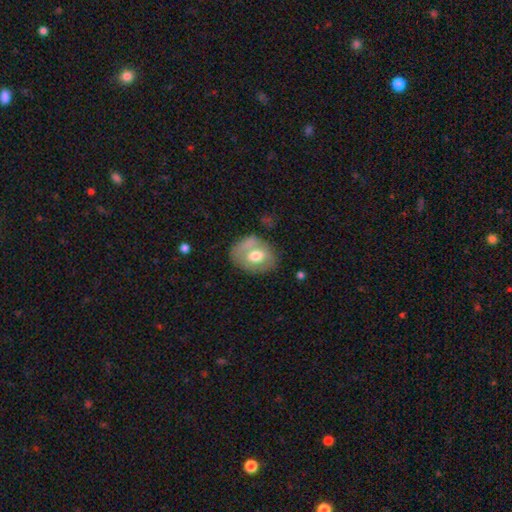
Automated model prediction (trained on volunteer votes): Q: Smooth or featured?
A: smooth (57%); runner-up: featured or disk (36%)
Q: How rounded?
A: in between (59%); runner-up: round (40%)
Q: Merging?
A: none (57%); runner-up: minor disturbance (24%)